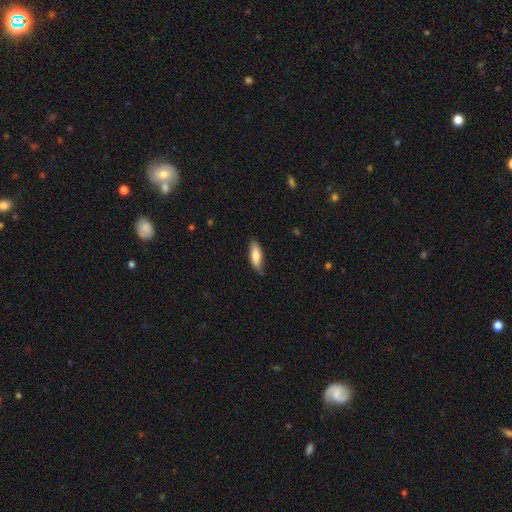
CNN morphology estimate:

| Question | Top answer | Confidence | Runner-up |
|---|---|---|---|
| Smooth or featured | smooth | 79% | featured or disk (16%) |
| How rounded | in between | 57% | cigar-shaped (41%) |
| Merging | none | 77% | minor disturbance (19%) |